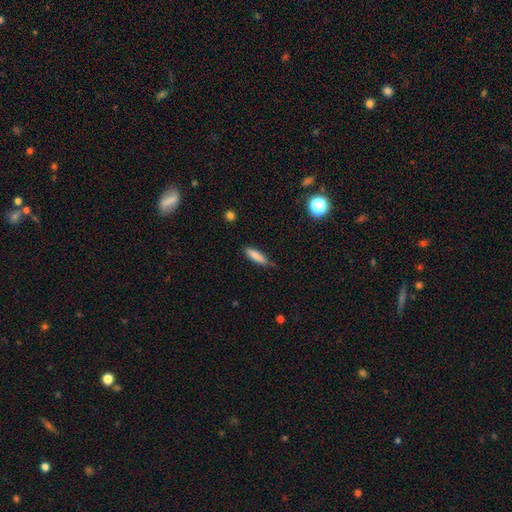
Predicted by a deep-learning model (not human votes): Smooth or featured?
  - smooth: 84% *
  - featured or disk: 9%
  - star or artifact: 7%
How rounded?
  - cigar-shaped: 69% *
  - in between: 29%
  - round: 2%
Merging?
  - none: 76% *
  - minor disturbance: 19%
  - major disturbance: 3%
  - merger: 2%